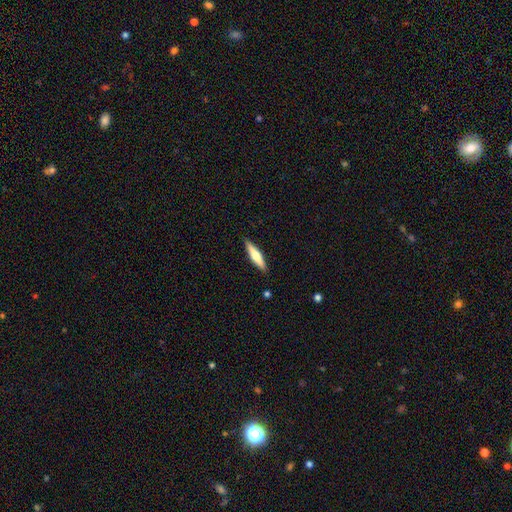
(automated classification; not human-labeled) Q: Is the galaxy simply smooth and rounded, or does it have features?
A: smooth — 53%.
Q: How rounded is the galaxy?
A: cigar-shaped — 79%.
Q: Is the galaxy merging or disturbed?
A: none — 89%.